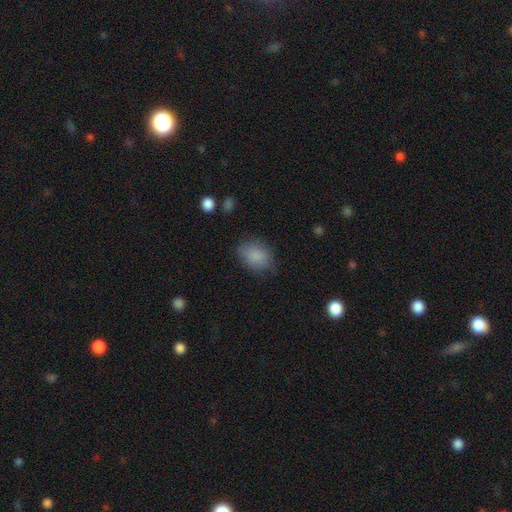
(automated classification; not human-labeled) Smooth or featured? smooth (87%)
How rounded? in between (70%)
Merging? none (78%)